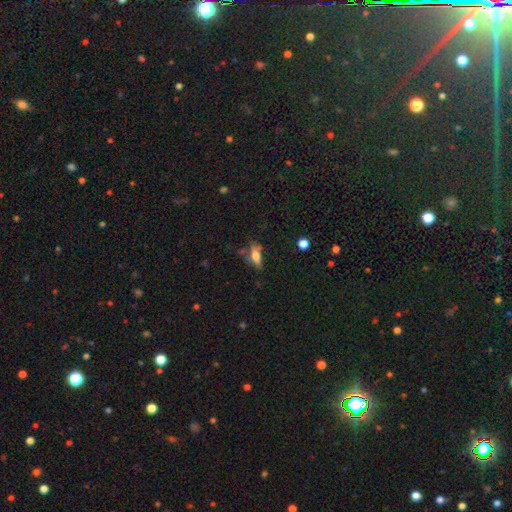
This is possibly a smooth galaxy (52%). How rounded: possibly in between (57%). Merging: marginally none (42%).